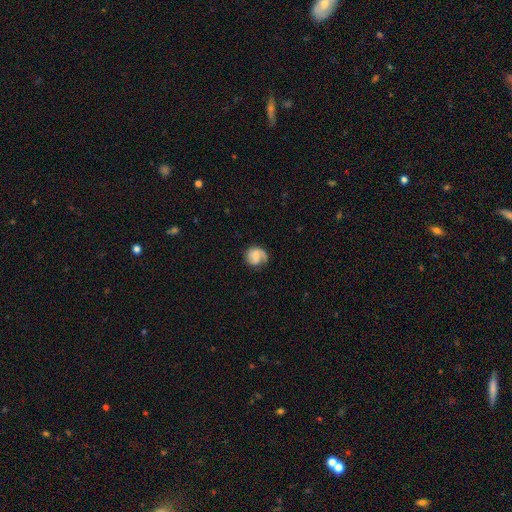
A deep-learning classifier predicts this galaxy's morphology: Smooth or featured? Predicted: featured or disk (p=0.54). Edge-on disk? Predicted: no (p=0.98). Bar? Predicted: no (p=0.57). Spiral arms? Predicted: yes (p=0.90). Bulge size? Predicted: small (p=0.44). Merging? Predicted: none (p=0.63).